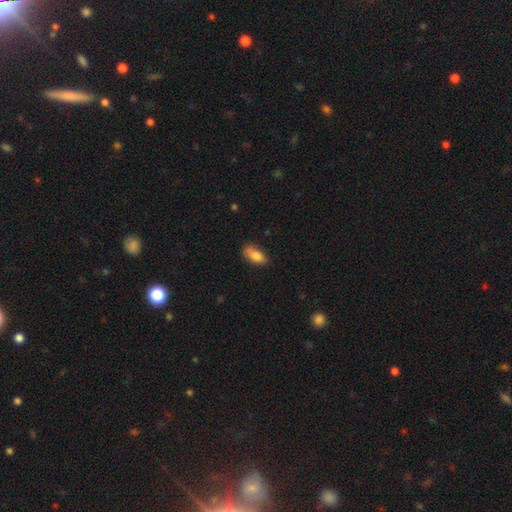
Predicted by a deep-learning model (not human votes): A smooth galaxy with no disk features (83%) that is in between round and cigar-shaped (88%). Merging: none (70%).